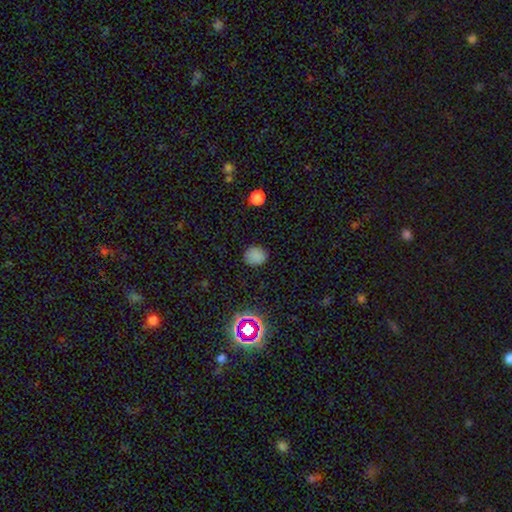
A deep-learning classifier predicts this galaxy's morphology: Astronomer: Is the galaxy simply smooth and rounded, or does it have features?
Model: smooth — 81%.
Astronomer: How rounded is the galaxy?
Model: round — 77%.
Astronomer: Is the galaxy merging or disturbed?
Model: none — 86%.